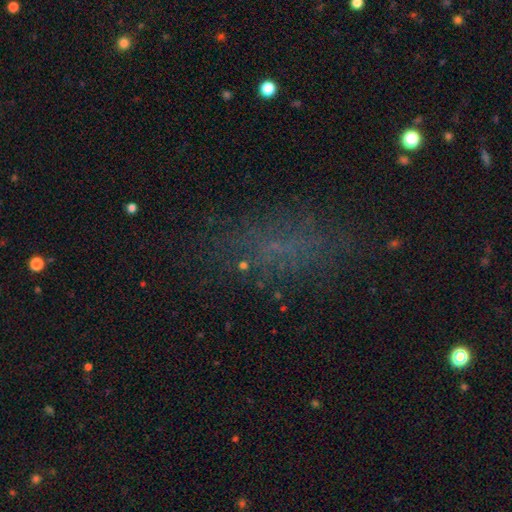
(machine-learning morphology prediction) Q: Smooth or featured?
A: smooth (49%); runner-up: star or artifact (29%)
Q: Merging?
A: none (66%); runner-up: minor disturbance (17%)